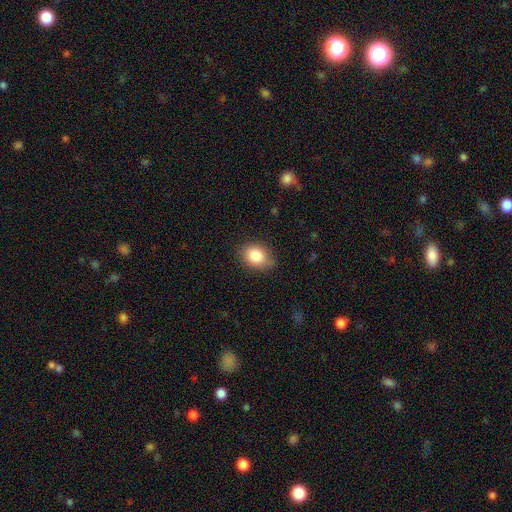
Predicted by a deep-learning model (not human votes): Q: Smooth or featured?
A: smooth (86%); runner-up: star or artifact (8%)
Q: How rounded?
A: in between (63%); runner-up: round (35%)
Q: Merging?
A: none (78%); runner-up: minor disturbance (18%)